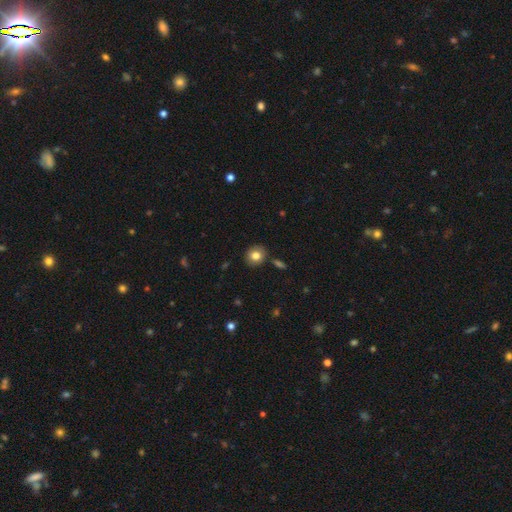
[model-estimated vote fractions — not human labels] smooth 81%, star or artifact 9%, featured or disk 9%. Down the decision tree: how rounded — round (80%); merging — none (86%).